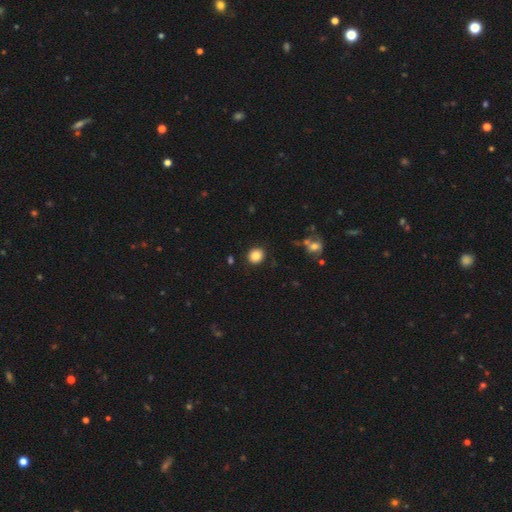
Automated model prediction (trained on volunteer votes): Smooth or featured: smooth — 86% (star or artifact — 10%)
How rounded: round — 76% (in between — 23%)
Merging: none — 88% (minor disturbance — 8%)